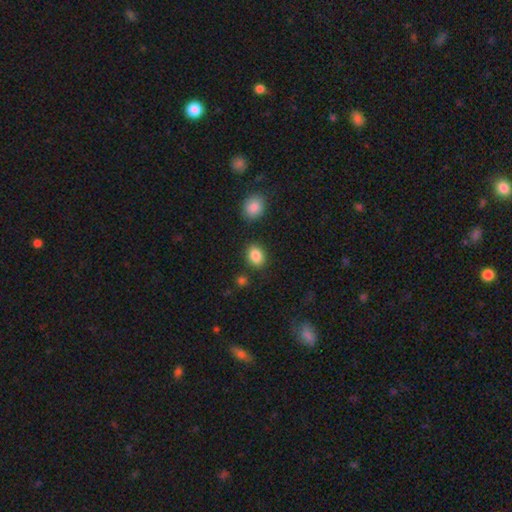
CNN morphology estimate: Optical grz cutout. It shows a smooth galaxy with no disk features (86%) that is in between round and cigar-shaped (66%). Merging: none (83%).